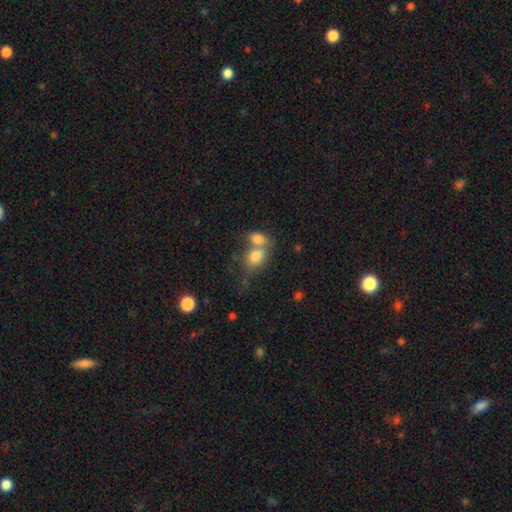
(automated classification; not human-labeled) Smooth or featured: smooth — 78% (featured or disk — 13%)
How rounded: in between — 69% (round — 29%)
Merging: merger — 61% (none — 24%)